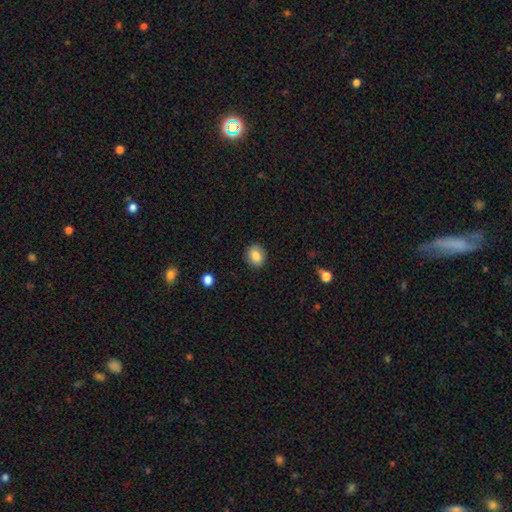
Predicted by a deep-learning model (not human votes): Smooth or featured? smooth (85%)
How rounded? round (59%)
Merging? none (88%)